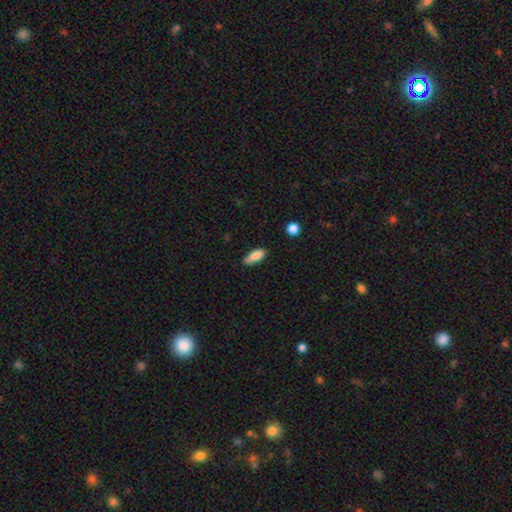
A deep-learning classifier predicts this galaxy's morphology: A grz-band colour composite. It shows a smooth galaxy with no disk features (86%) that is in between round and cigar-shaped (73%). Merging: none (72%).